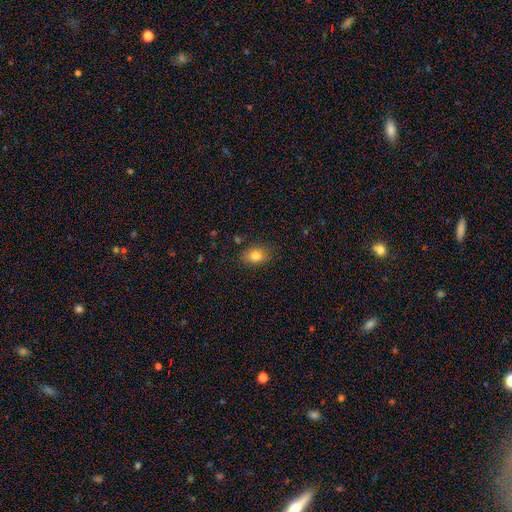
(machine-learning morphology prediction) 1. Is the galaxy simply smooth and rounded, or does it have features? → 80% smooth, 11% star or artifact, 9% featured or disk.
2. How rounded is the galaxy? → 62% in between, 36% round, 1% cigar-shaped.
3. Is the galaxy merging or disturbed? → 84% none, 12% minor disturbance, 3% major disturbance, 1% merger.